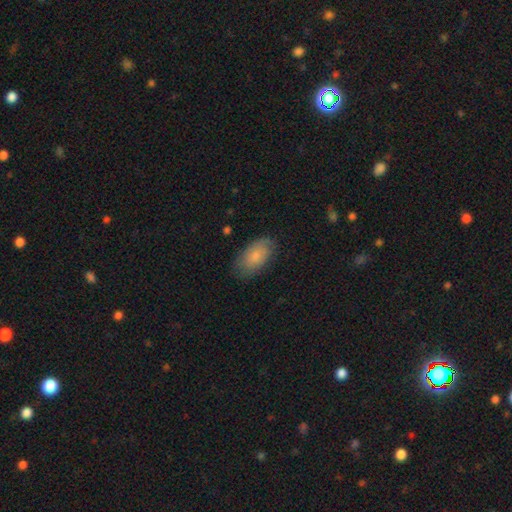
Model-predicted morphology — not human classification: Smooth or featured? Predicted: smooth (p=0.80). How rounded? Predicted: in between (p=0.94). Merging? Predicted: none (p=0.79).